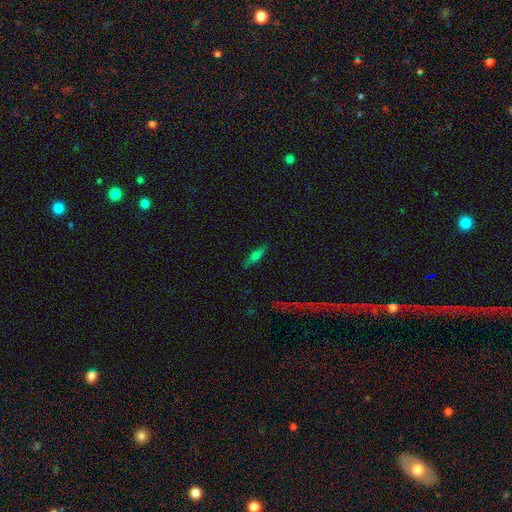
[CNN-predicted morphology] smooth-or-featured: smooth: 51% | featured or disk: 38% | star or artifact: 11%
  how-rounded: cigar-shaped: 69% | in between: 28% | round: 3%
  merging: none: 86% | minor disturbance: 10% | major disturbance: 2% | merger: 1%